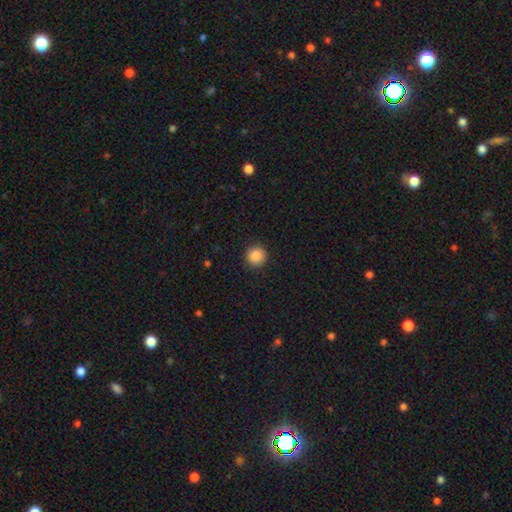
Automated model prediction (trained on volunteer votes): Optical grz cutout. It shows a smooth galaxy with no disk features (88%) that is round (95%). Merging: none (92%).